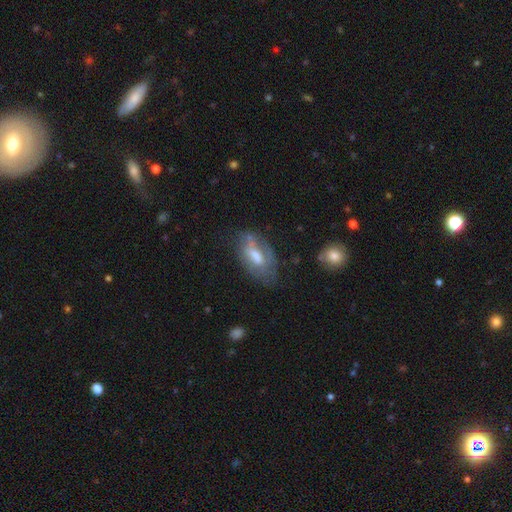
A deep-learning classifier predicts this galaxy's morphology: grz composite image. It shows a featured or disk galaxy (49%). Merging: none (51%).